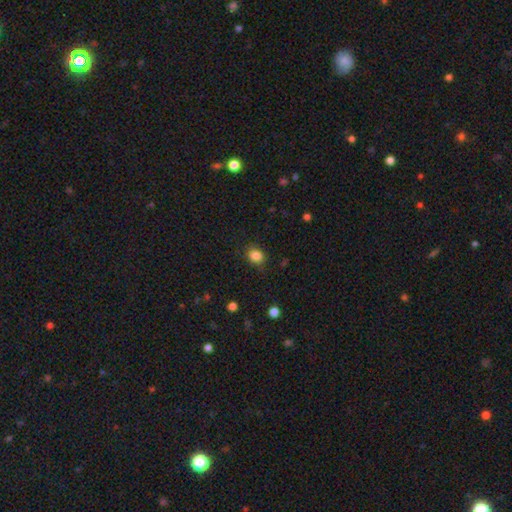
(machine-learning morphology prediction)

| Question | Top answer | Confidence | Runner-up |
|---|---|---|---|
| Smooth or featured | smooth | 84% | star or artifact (11%) |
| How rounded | round | 58% | in between (41%) |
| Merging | none | 80% | minor disturbance (15%) |